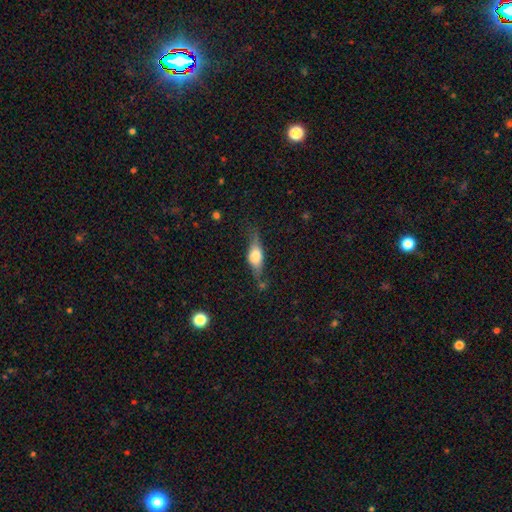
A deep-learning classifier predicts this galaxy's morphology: The model was most divided on "smooth or featured": smooth: 49%, featured or disk: 44%, star or artifact: 7%. More confident: merging — none (66%).